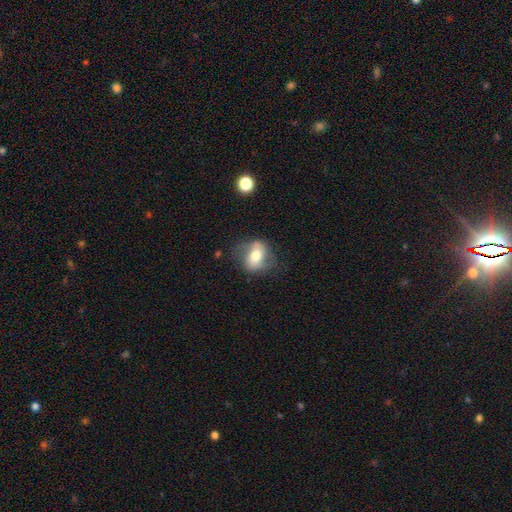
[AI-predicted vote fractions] Smooth or featured? smooth (58%)
How rounded? in between (69%)
Merging? none (59%)